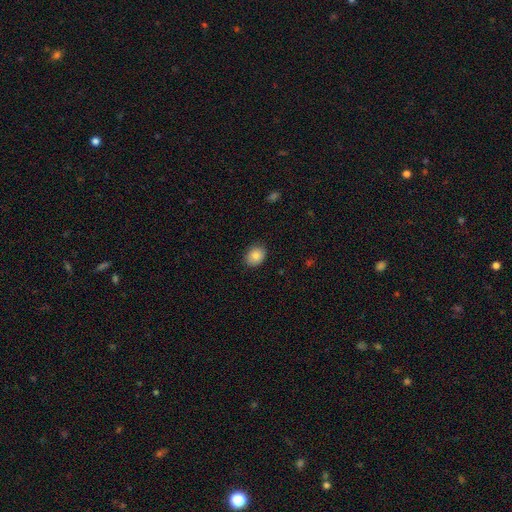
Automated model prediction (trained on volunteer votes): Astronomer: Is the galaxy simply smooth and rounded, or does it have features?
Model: smooth — 84%.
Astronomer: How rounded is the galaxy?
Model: in between — 52% (runner-up: round, 47%).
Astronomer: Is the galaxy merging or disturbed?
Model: none — 87%.